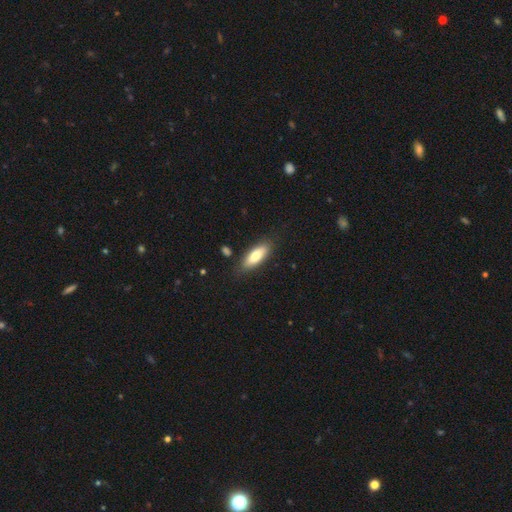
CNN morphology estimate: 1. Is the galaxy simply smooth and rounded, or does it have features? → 76% smooth, 18% featured or disk, 6% star or artifact.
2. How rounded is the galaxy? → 67% in between, 31% cigar-shaped, 2% round.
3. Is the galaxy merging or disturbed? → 83% none, 12% minor disturbance, 3% major disturbance, 2% merger.